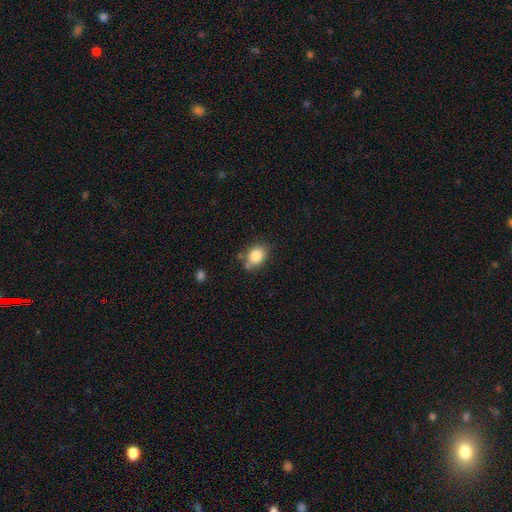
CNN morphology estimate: type=smooth (83%); roundness=in between (65%); merging=none (66%).